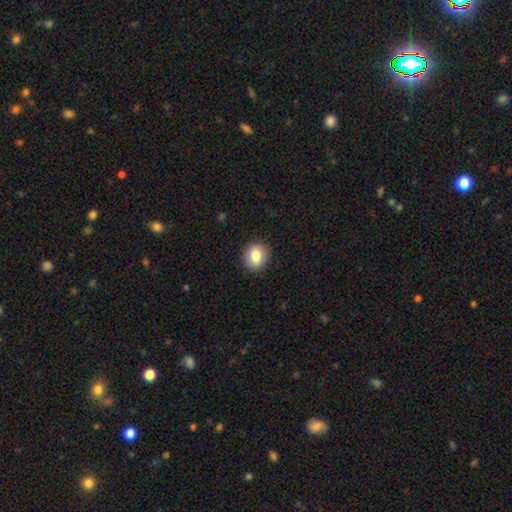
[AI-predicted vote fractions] Morphology: type=smooth (82%); roundness=round (71%); merging=none (90%).